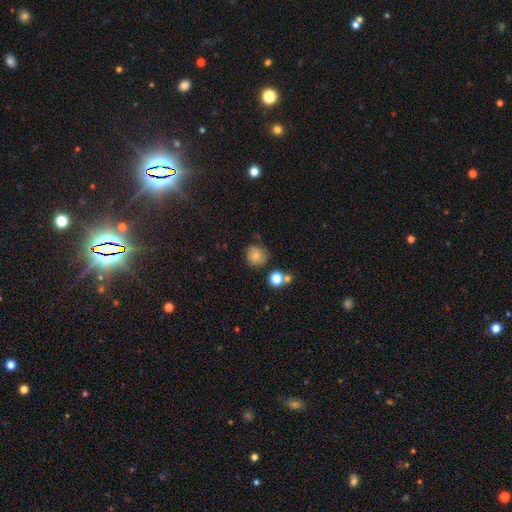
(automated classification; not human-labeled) A smooth galaxy with no disk features (70%) that is round (87%).

Vote fractions:
- Smooth or featured? smooth: 70% / featured or disk: 18% / star or artifact: 12%
- How rounded? round: 87% / in between: 12% / cigar-shaped: 1%
- Merging? none: 69% / minor disturbance: 20% / merger: 5% / major disturbance: 5%